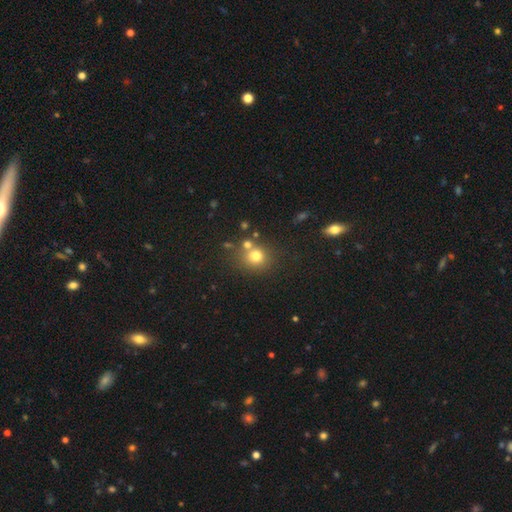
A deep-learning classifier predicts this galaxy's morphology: A smooth galaxy with no disk features (75%) that is round (83%).

Vote fractions:
- Smooth or featured? smooth: 75% / star or artifact: 16% / featured or disk: 10%
- How rounded? round: 83% / in between: 16% / cigar-shaped: 1%
- Merging? none: 66% / merger: 19% / minor disturbance: 11% / major disturbance: 4%